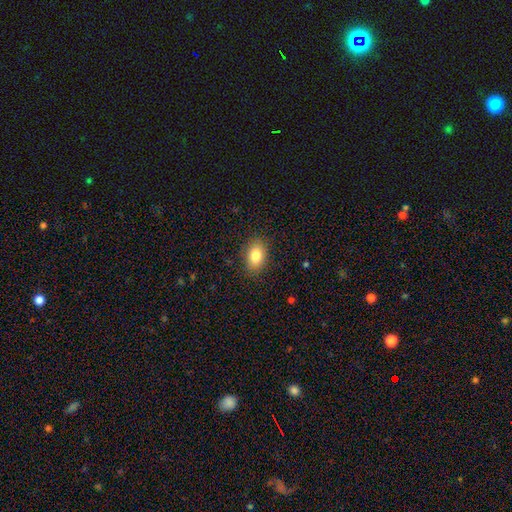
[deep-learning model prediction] Smooth or featured?
  - smooth: 83% *
  - star or artifact: 8%
  - featured or disk: 8%
How rounded?
  - in between: 83% *
  - round: 15%
  - cigar-shaped: 2%
Merging?
  - none: 87% *
  - minor disturbance: 10%
  - major disturbance: 3%
  - merger: 1%